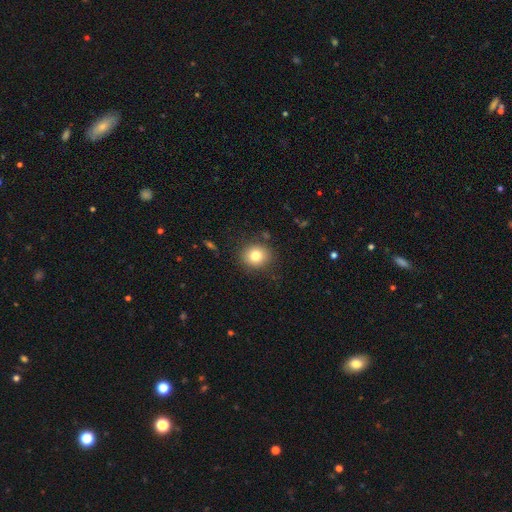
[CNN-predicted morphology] Overall: smooth (80%). How rounded: round (78%). Merging: none (86%).